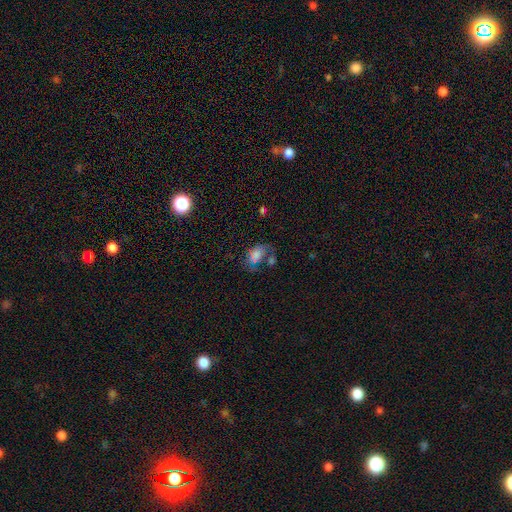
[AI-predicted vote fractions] Smooth or featured?
  - smooth: 65% *
  - featured or disk: 21%
  - star or artifact: 14%
How rounded?
  - in between: 86% *
  - round: 12%
  - cigar-shaped: 2%
Merging?
  - none: 32% *
  - major disturbance: 23%
  - minor disturbance: 23%
  - merger: 21%